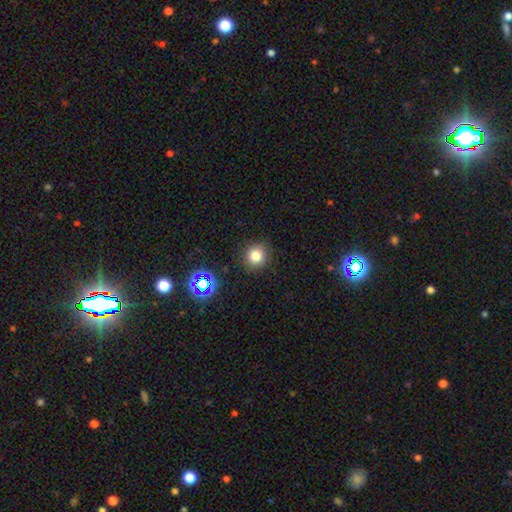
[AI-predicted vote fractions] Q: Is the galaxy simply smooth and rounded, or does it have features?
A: smooth — 78%.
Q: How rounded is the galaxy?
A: round — 90%.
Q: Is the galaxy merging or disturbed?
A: none — 89%.